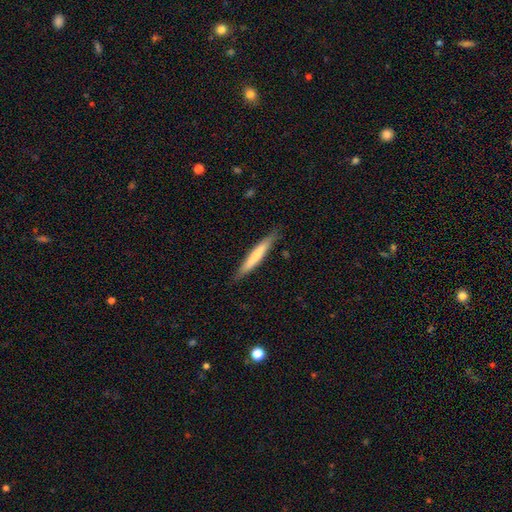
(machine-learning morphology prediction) Overall: smooth (63%; featured or disk 32%). How rounded: cigar-shaped (95%). Merging: none (87%).